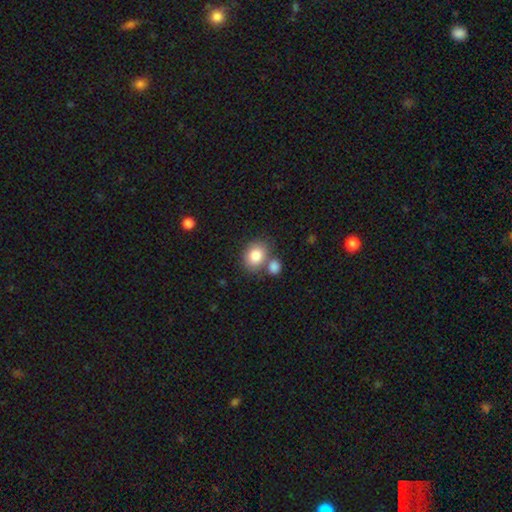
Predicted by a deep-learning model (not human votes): The model was most divided on "how rounded": in between: 51%, round: 48%, cigar-shaped: 1%. More confident: smooth or featured — smooth (84%); merging — none (54%).